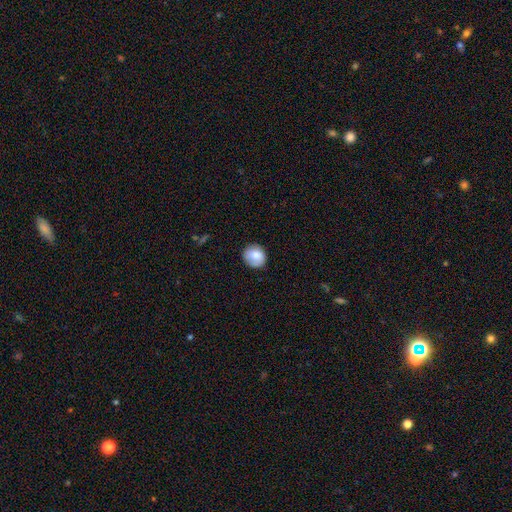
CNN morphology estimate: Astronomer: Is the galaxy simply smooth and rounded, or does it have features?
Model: smooth — 81%.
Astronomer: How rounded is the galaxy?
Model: round — 83%.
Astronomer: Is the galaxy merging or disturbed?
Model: none — 79%.